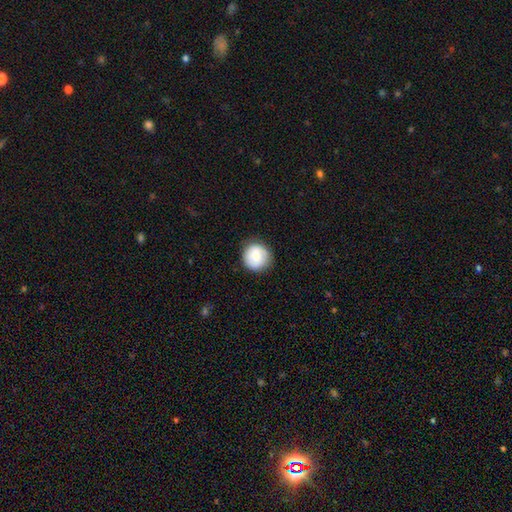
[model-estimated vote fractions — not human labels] Morphology: type=smooth (75%); roundness=round (92%); merging=none (85%).